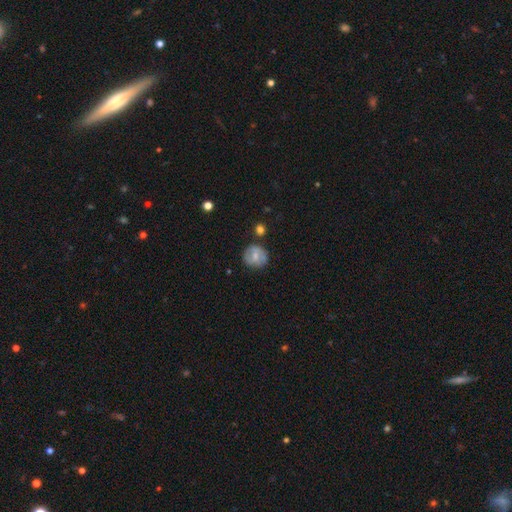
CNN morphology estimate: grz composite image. It shows a smooth galaxy with no disk features (58%) that is round (84%). Merging: none (75%).